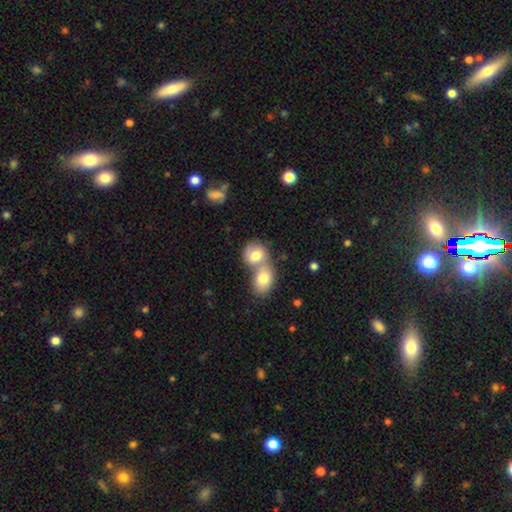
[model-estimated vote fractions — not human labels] Smooth or featured? Predicted: smooth (p=0.76). How rounded? Predicted: in between (p=0.50). Merging? Predicted: merger (p=0.69).